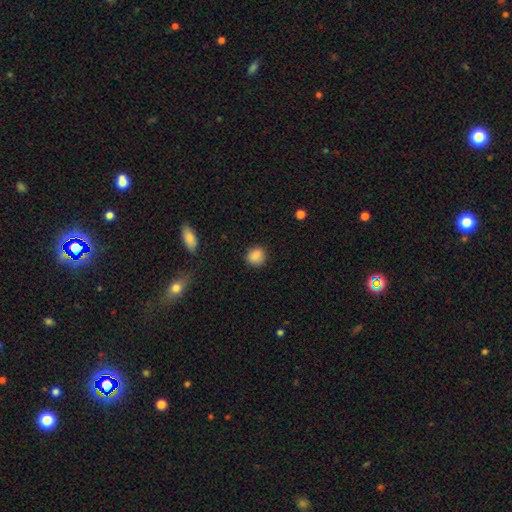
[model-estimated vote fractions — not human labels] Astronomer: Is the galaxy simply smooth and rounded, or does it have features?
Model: smooth — 87%.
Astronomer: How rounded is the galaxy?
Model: round — 81%.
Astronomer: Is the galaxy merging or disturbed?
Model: none — 87%.